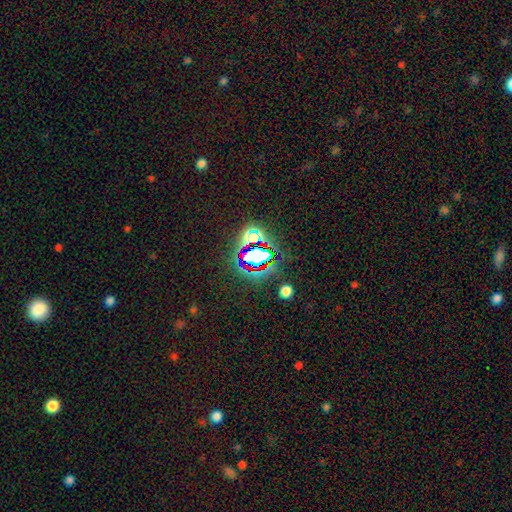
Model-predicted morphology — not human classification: Smooth or featured: star or artifact — 68% (smooth — 20%)